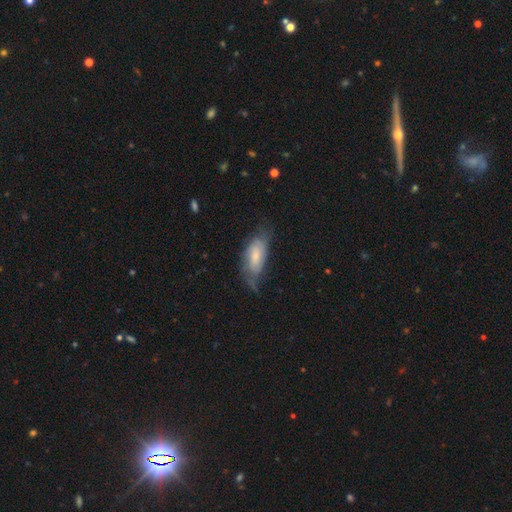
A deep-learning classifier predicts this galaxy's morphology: A smooth galaxy with no disk features (49%). Merging: none (45%).